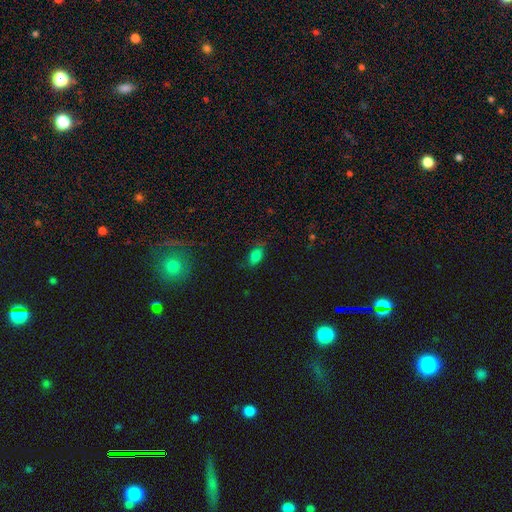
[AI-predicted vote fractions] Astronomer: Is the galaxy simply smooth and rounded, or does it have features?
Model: smooth — 80%.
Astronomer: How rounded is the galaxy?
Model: in between — 89%.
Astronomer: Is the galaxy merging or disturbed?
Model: none — 73%.